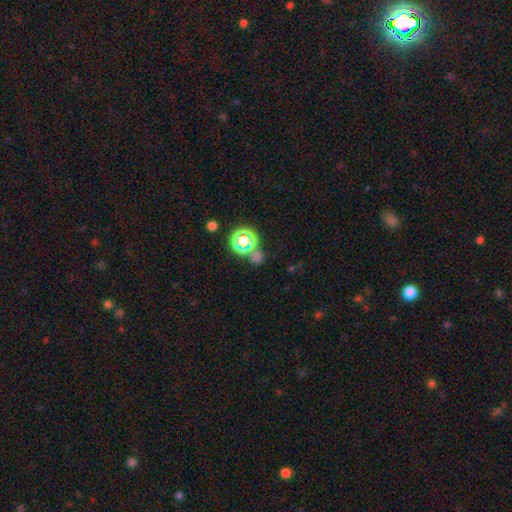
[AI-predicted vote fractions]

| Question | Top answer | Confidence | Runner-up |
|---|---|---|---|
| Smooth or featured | star or artifact | 58% | smooth (33%) |